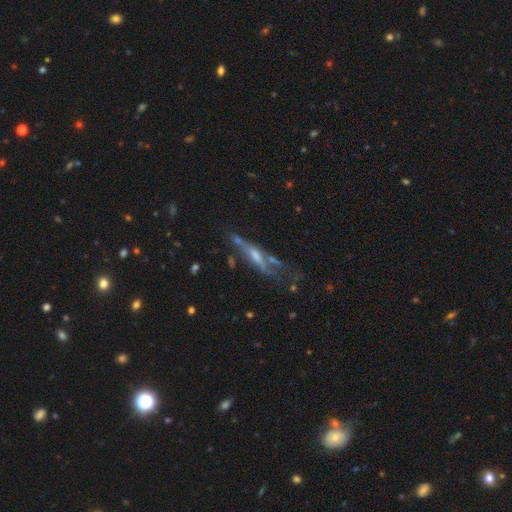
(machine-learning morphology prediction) Smooth or featured? Predicted: featured or disk (p=0.68). Edge-on disk? Predicted: yes (p=0.70). Merging? Predicted: none (p=0.40).